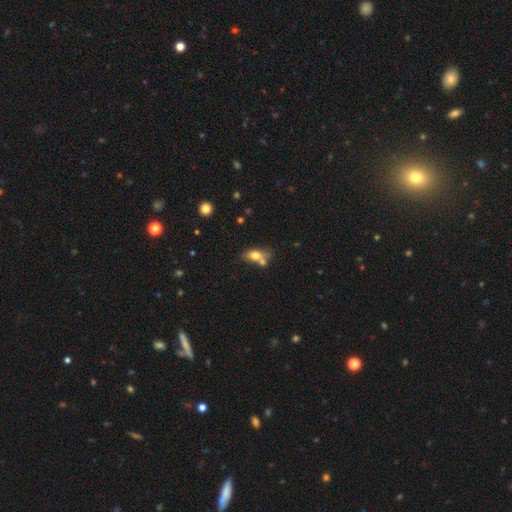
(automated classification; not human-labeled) This is likely a smooth galaxy (68%). How rounded: likely in between (78%). Merging: possibly none (46%).